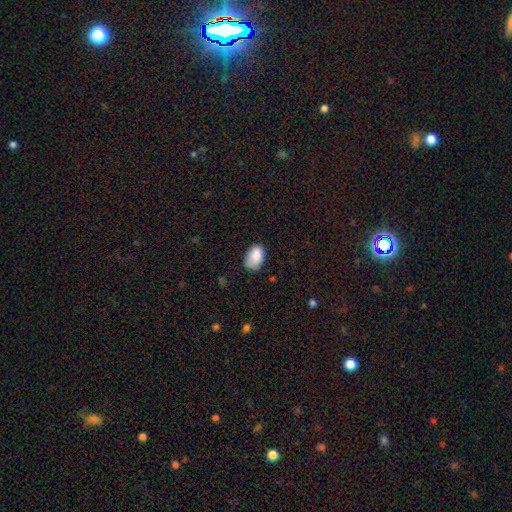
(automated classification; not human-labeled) Smooth or featured? smooth (87%)
How rounded? in between (91%)
Merging? none (65%)